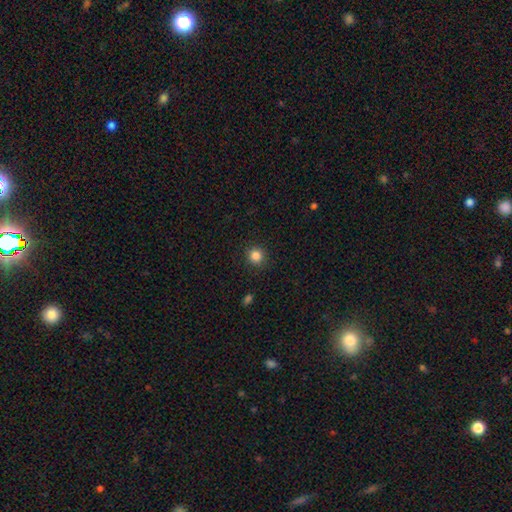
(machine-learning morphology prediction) smooth 85%, star or artifact 11%, featured or disk 4%. Down the decision tree: how rounded — round (94%); merging — none (91%).